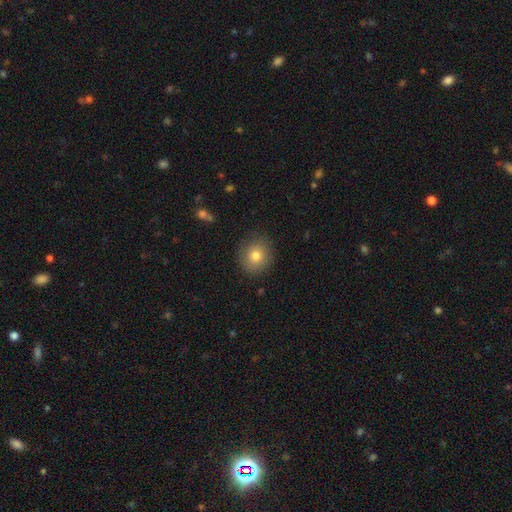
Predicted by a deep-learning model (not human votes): Overall: smooth (79%). How rounded: round (86%). Merging: none (87%).